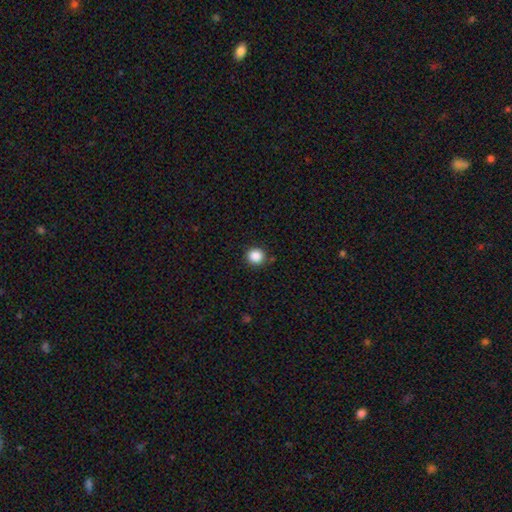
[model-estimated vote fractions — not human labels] This appears to be a smooth galaxy with no disk features (87%) that is round (89%). Merging: none (88%).